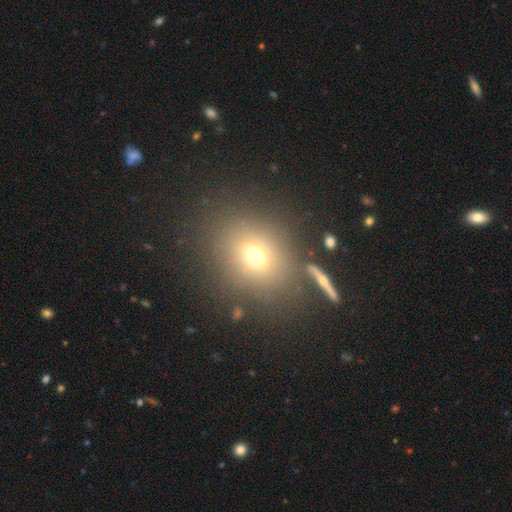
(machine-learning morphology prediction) This appears to be a smooth galaxy with no disk features (64%) that is round (69%). Merging: none (80%).